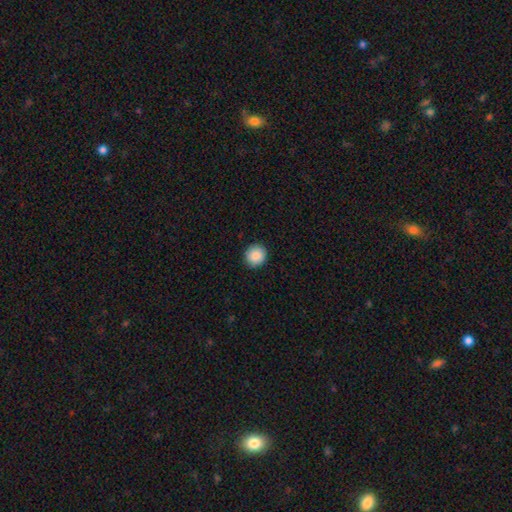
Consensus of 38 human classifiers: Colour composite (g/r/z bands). It shows a smooth galaxy with no disk features (89%) that is round (94%). Merging: none (92%).